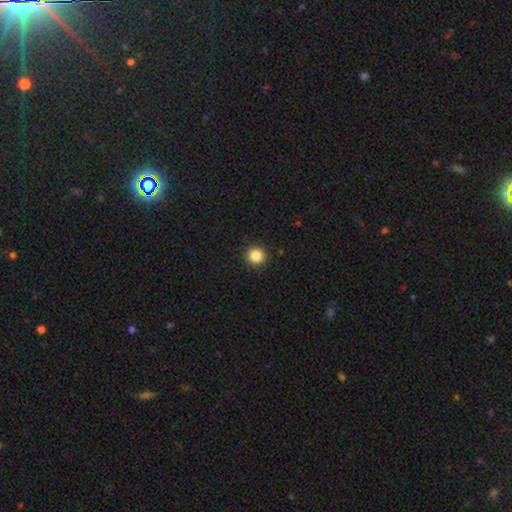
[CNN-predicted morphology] Smooth or featured? Predicted: smooth (p=0.86). How rounded? Predicted: round (p=0.95). Merging? Predicted: none (p=0.92).